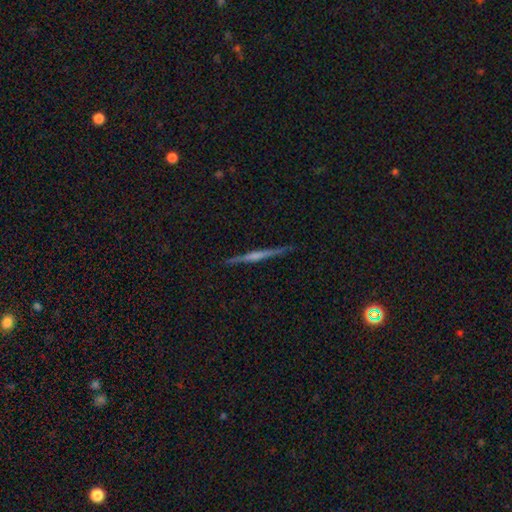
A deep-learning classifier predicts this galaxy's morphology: Overall: featured or disk (74%). Edge-on disk: yes (97%). Edge-on bulge: rounded (68%). Merging: none (90%).